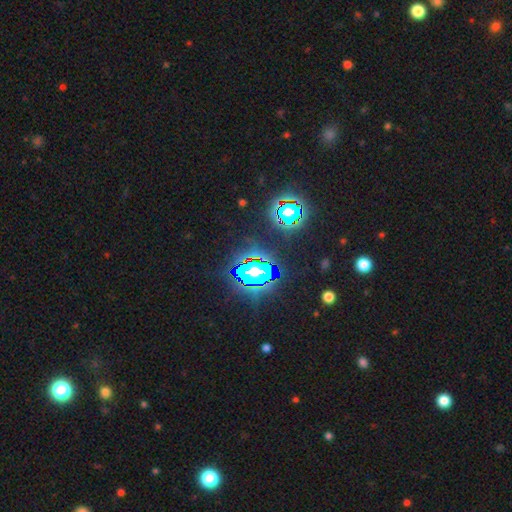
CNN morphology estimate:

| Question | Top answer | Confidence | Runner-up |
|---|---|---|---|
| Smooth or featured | star or artifact | 82% | smooth (11%) |